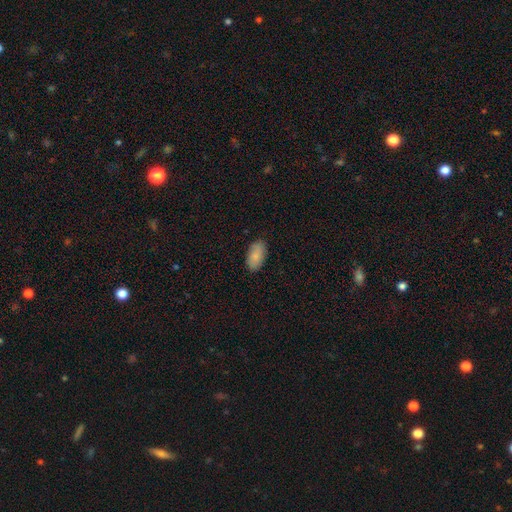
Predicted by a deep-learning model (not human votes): Smooth or featured? smooth (83%)
How rounded? in between (94%)
Merging? none (85%)